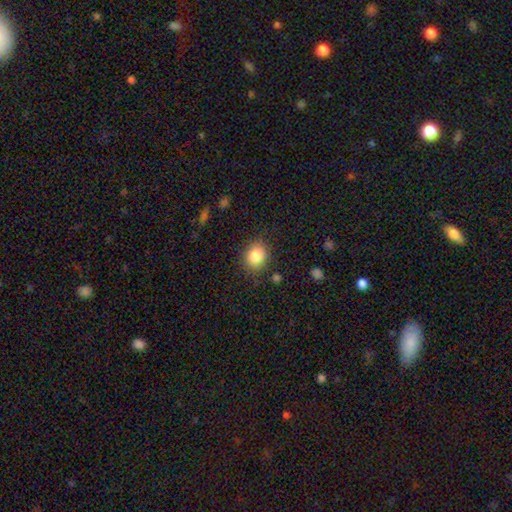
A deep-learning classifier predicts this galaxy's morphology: A smooth galaxy with no disk features (84%) that is round (61%).

Vote fractions:
- Smooth or featured? smooth: 84% / star or artifact: 9% / featured or disk: 7%
- How rounded? round: 61% / in between: 38% / cigar-shaped: 1%
- Merging? none: 85% / minor disturbance: 11% / major disturbance: 3% / merger: 2%